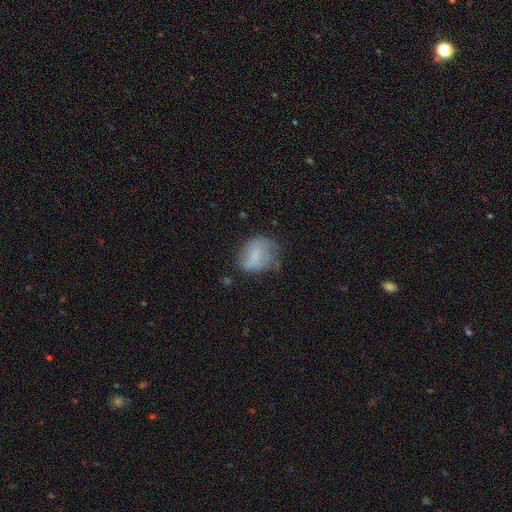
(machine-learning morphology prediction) This appears to be a smooth galaxy with no disk features (62%) that is round (50%). Merging: none (41%).